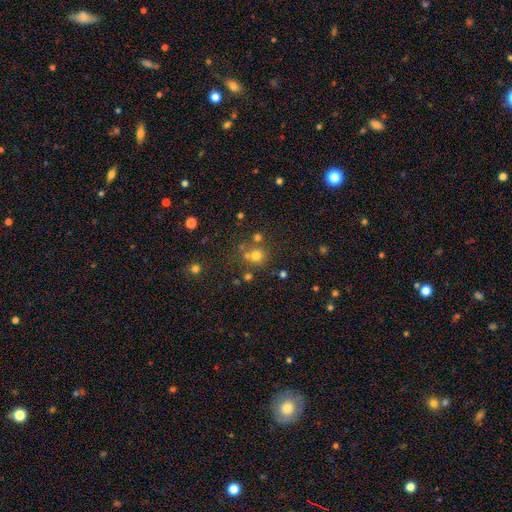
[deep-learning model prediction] Smooth or featured? smooth (70%)
How rounded? round (90%)
Merging? none (68%)